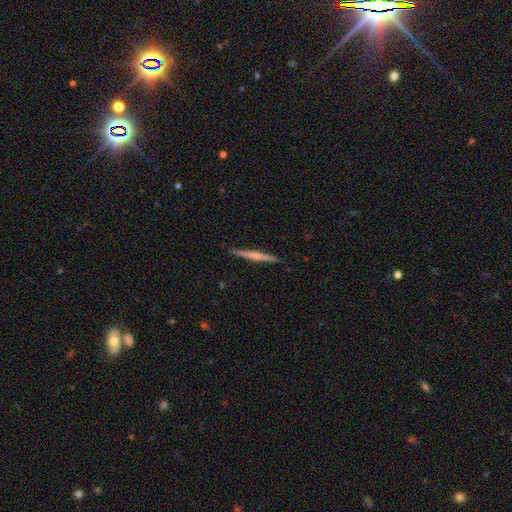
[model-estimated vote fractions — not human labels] A featured or disk galaxy (57%) viewed edge-on (98%) with a rounded central bulge (45%). Merging: none (91%).